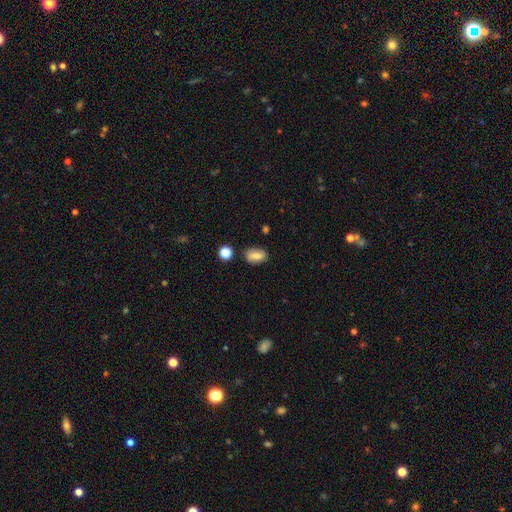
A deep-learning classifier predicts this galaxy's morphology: This appears to be a smooth galaxy with no disk features (74%) that is in between round and cigar-shaped (85%). Merging: none (81%).